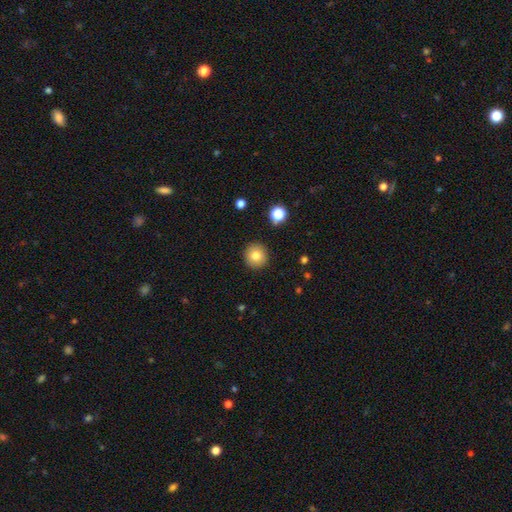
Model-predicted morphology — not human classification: A smooth galaxy with no disk features (81%) that is round (94%).

Vote fractions:
- Smooth or featured? smooth: 81% / star or artifact: 10% / featured or disk: 8%
- How rounded? round: 94% / in between: 5% / cigar-shaped: 1%
- Merging? none: 91% / minor disturbance: 6% / major disturbance: 2% / merger: 1%